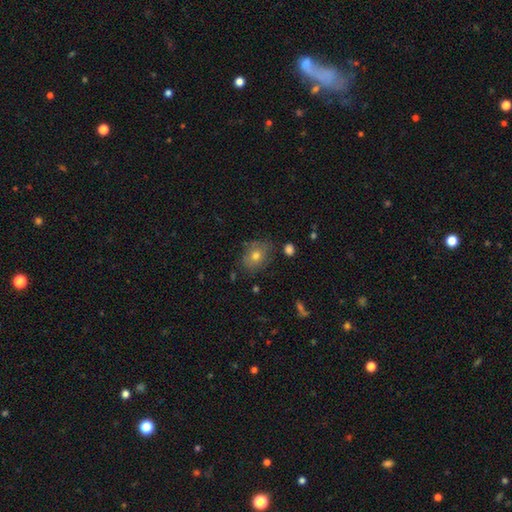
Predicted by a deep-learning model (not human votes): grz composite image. It shows a smooth galaxy with no disk features (72%) that is in between round and cigar-shaped (52%). Merging: none (75%).